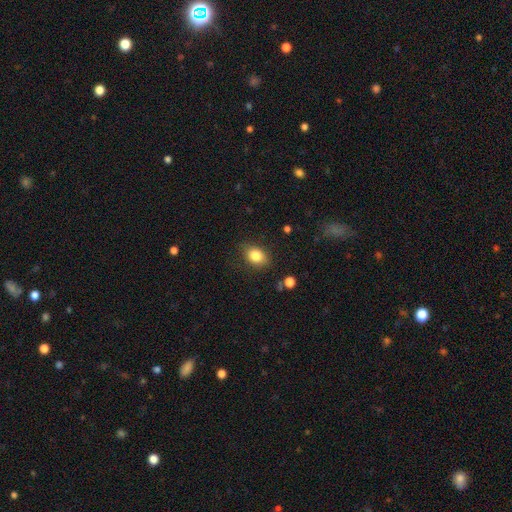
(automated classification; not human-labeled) A smooth galaxy with no disk features (83%) that is in between round and cigar-shaped (69%).

Vote fractions:
- Smooth or featured? smooth: 83% / star or artifact: 9% / featured or disk: 8%
- How rounded? in between: 69% / round: 29% / cigar-shaped: 1%
- Merging? none: 81% / minor disturbance: 14% / major disturbance: 4% / merger: 1%